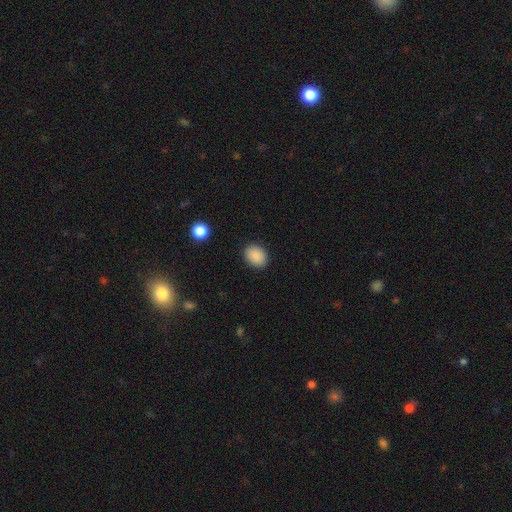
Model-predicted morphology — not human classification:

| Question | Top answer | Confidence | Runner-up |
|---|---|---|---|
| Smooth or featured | smooth | 89% | star or artifact (8%) |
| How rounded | in between | 60% | round (39%) |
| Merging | none | 89% | minor disturbance (8%) |